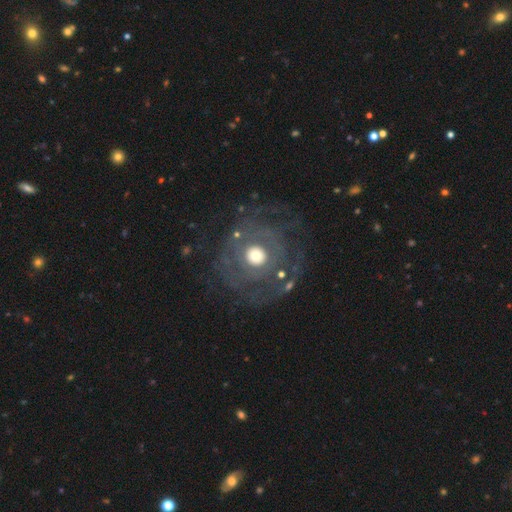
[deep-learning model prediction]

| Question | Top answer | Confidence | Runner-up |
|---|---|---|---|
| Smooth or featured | featured or disk | 63% | smooth (27%) |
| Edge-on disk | no | 97% | yes (3%) |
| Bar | no | 89% | weak (8%) |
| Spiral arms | yes | 55% | no (45%) |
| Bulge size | moderate | 48% | large (29%) |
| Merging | none | 64% | major disturbance (21%) |